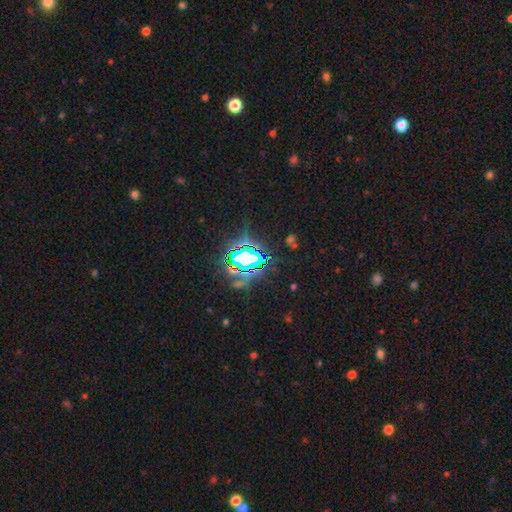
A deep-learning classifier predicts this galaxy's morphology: Smooth or featured? Predicted: star or artifact (p=0.80).